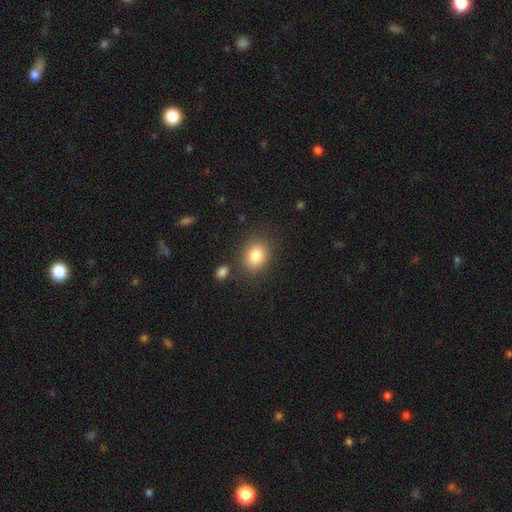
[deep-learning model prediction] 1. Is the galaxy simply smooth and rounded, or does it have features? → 83% smooth, 10% star or artifact, 7% featured or disk.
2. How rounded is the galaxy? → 58% round, 41% in between, 1% cigar-shaped.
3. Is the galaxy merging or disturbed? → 81% none, 10% minor disturbance, 5% merger, 4% major disturbance.